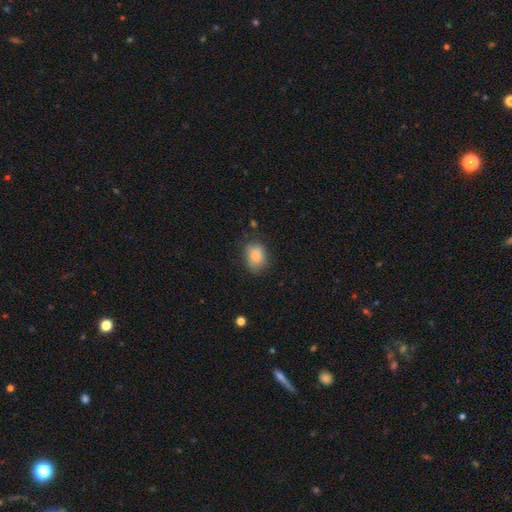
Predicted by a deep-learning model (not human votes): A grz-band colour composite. It shows a smooth galaxy with no disk features (85%) that is in between round and cigar-shaped (68%). Merging: none (71%).